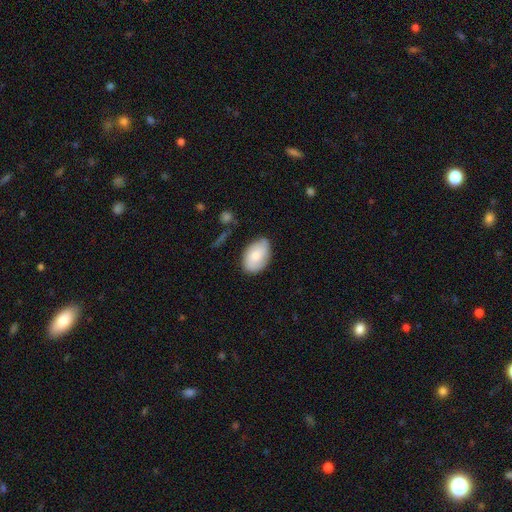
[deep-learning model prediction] Smooth or featured: smooth — 70% (featured or disk — 24%)
How rounded: in between — 90% (round — 8%)
Merging: none — 76% (minor disturbance — 18%)